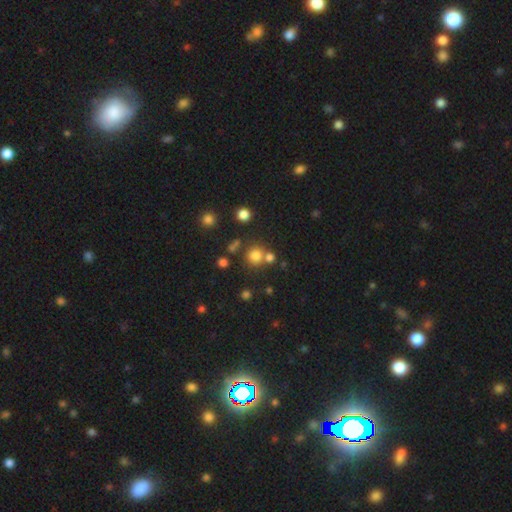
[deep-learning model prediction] smooth-or-featured: smooth: 75% | star or artifact: 17% | featured or disk: 7%
  how-rounded: round: 91% | in between: 8% | cigar-shaped: 1%
  merging: none: 68% | merger: 21% | minor disturbance: 8% | major disturbance: 4%